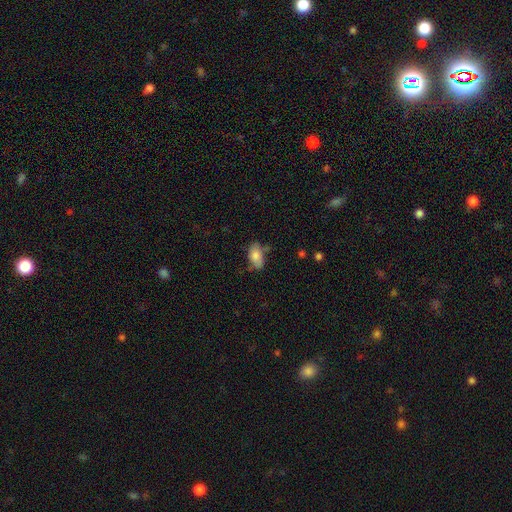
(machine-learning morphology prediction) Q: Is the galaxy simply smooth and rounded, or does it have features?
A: smooth — 80%.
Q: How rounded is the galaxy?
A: in between — 91%.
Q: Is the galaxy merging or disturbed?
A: none — 61%.